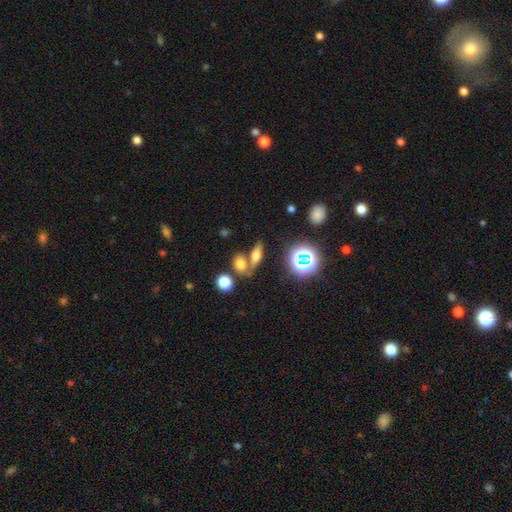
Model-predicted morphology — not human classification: type=smooth (59%); roundness=in between (54%); merging=none (55%).